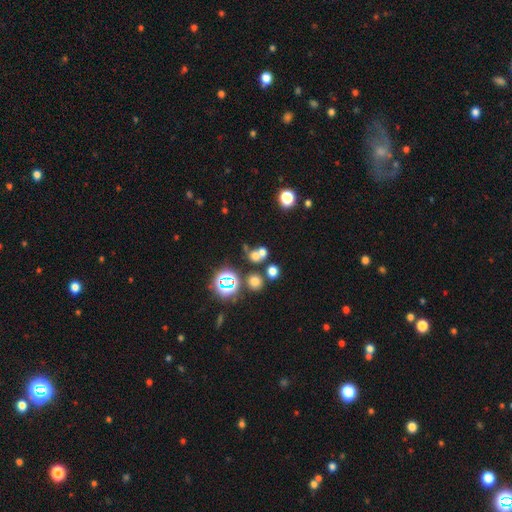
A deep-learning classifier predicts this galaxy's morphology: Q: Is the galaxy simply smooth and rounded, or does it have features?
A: smooth — 54%.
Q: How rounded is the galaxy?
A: round — 74%.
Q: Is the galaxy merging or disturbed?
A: none — 45%.